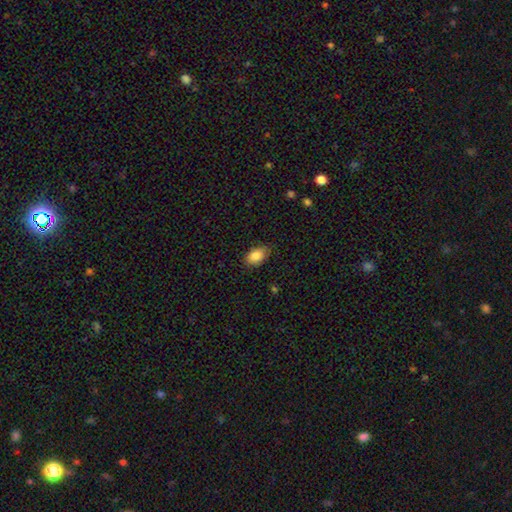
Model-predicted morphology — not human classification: This is clearly a smooth galaxy (86%). How rounded: clearly in between (89%). Merging: likely none (79%).